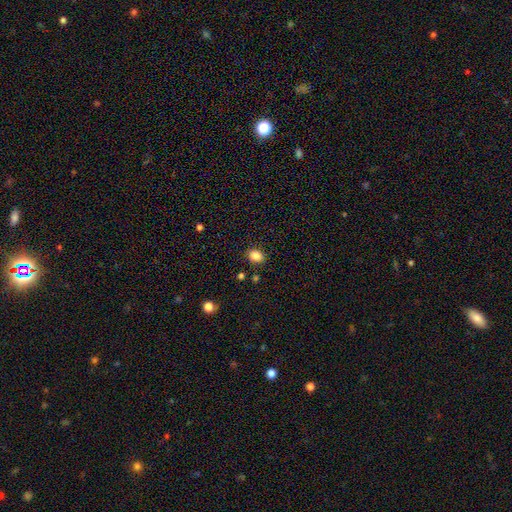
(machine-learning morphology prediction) This is clearly a smooth galaxy (85%). How rounded: likely in between (67%). Merging: clearly none (85%).